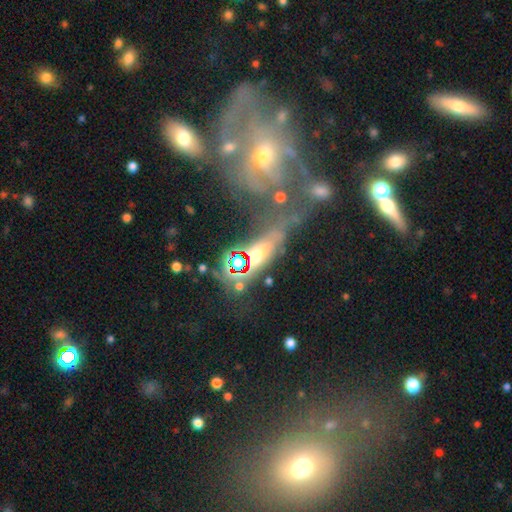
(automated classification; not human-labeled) smooth-or-featured: star or artifact: 38% | smooth: 31% | featured or disk: 30%